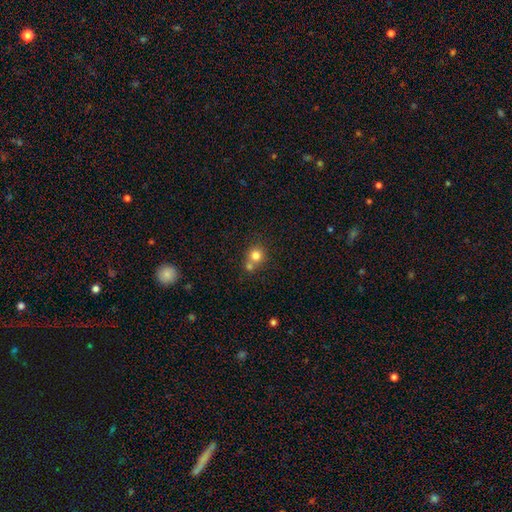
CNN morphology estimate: Overall: smooth (79%). How rounded: round (88%). Merging: none (49%; merger 41%).